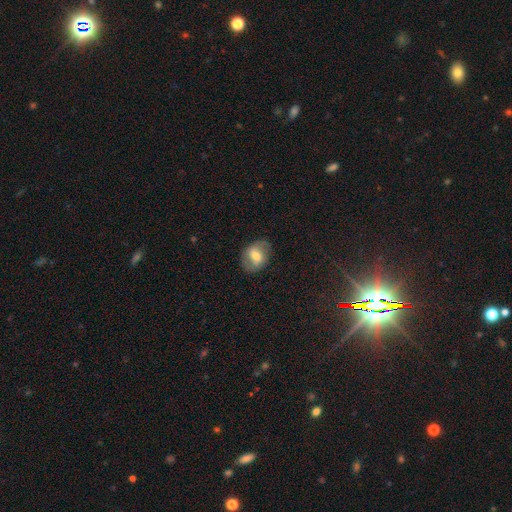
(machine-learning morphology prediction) type=smooth (51%); roundness=in between (67%); merging=none (76%).